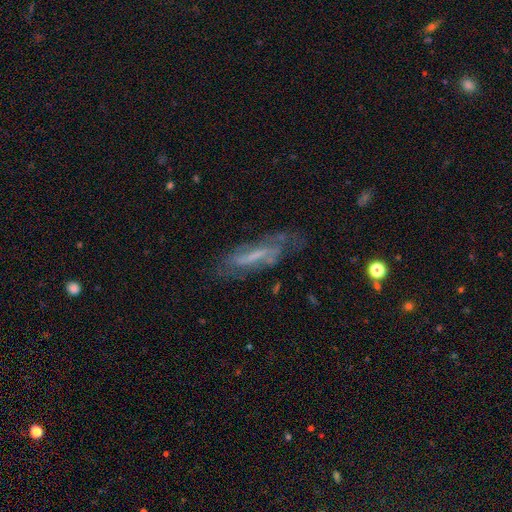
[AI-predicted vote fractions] A featured or disk galaxy (64%).

Vote fractions:
- Smooth or featured? featured or disk: 64% / smooth: 27% / star or artifact: 9%
- Edge-on disk? no: 72% / yes: 28%
- Merging? none: 58% / minor disturbance: 24% / major disturbance: 15% / merger: 3%